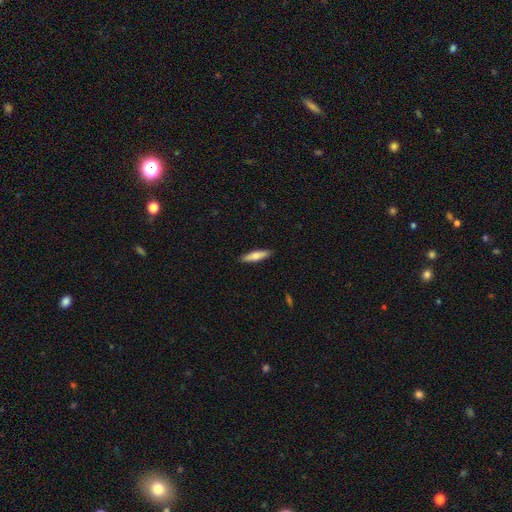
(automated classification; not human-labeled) Smooth or featured? smooth (69%)
How rounded? cigar-shaped (74%)
Merging? none (90%)